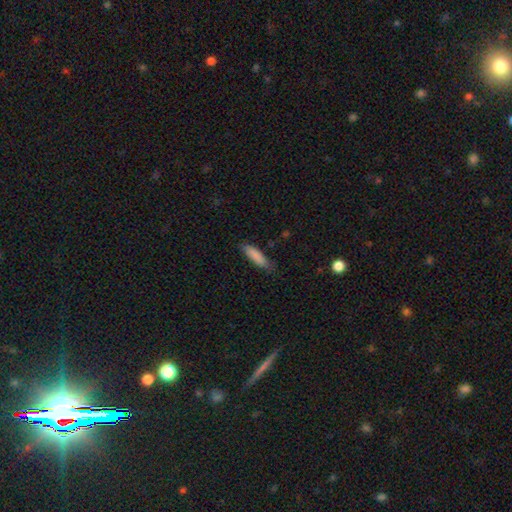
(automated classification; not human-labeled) smooth-or-featured: smooth: 86% | featured or disk: 8% | star or artifact: 6%
  how-rounded: cigar-shaped: 62% | in between: 36% | round: 1%
  merging: none: 76% | minor disturbance: 20% | major disturbance: 3% | merger: 1%